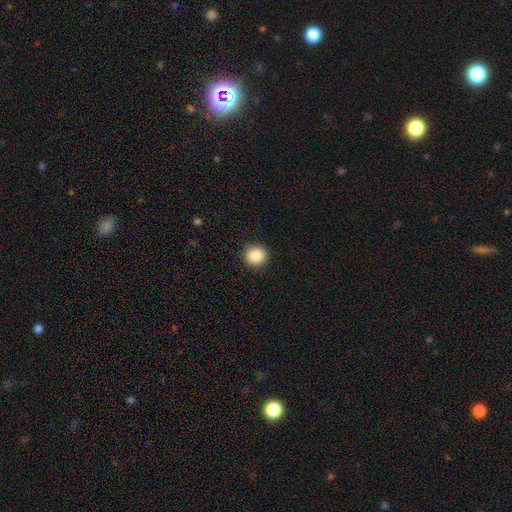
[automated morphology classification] Smooth or featured? smooth (88%)
How rounded? round (94%)
Merging? none (91%)